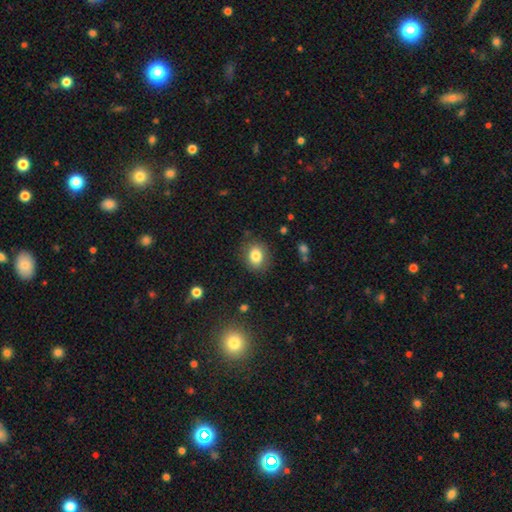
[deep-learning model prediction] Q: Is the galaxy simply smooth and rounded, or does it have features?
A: smooth — 81%.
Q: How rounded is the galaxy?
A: round — 56%.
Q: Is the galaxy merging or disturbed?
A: none — 82%.